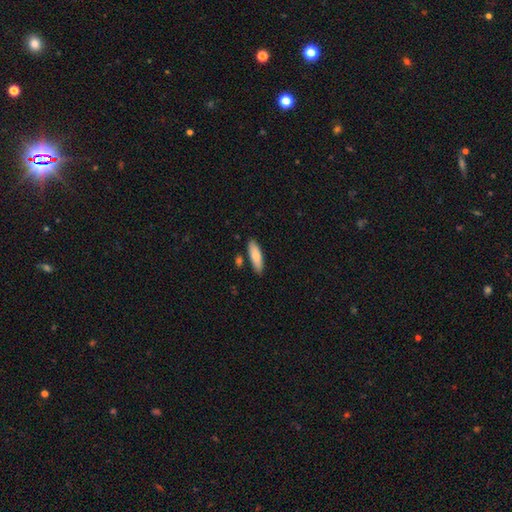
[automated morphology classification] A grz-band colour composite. It shows a smooth galaxy with no disk features (82%) that is cigar-shaped (50%). Merging: none (82%).